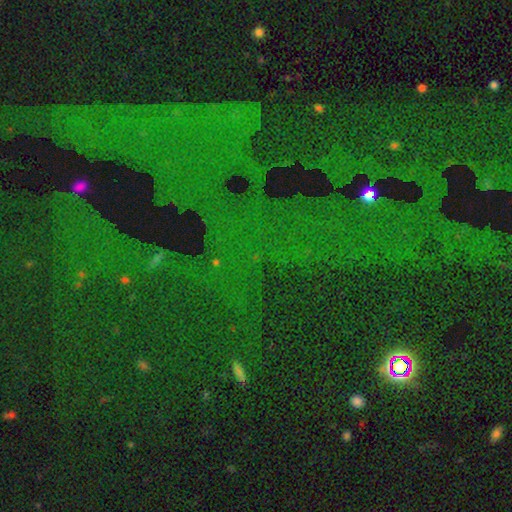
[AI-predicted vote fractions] Morphology: type=star or artifact (82%).